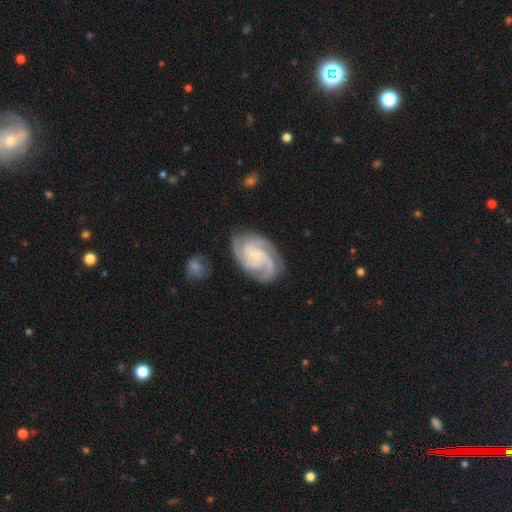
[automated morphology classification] Smooth or featured? featured or disk (89%)
Edge-on disk? no (98%)
Bar? no (64%)
Spiral arms? yes (98%)
Spiral winding? tight (56%)
Spiral arm count? 3 (56%)
Bulge size? small (71%)
Merging? none (79%)